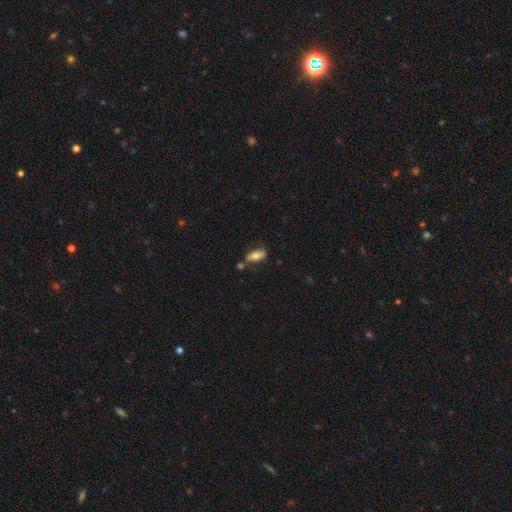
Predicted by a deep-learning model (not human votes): smooth-or-featured: smooth: 73% | featured or disk: 20% | star or artifact: 7%
  how-rounded: in between: 82% | cigar-shaped: 14% | round: 3%
  merging: none: 62% | minor disturbance: 18% | merger: 15% | major disturbance: 5%